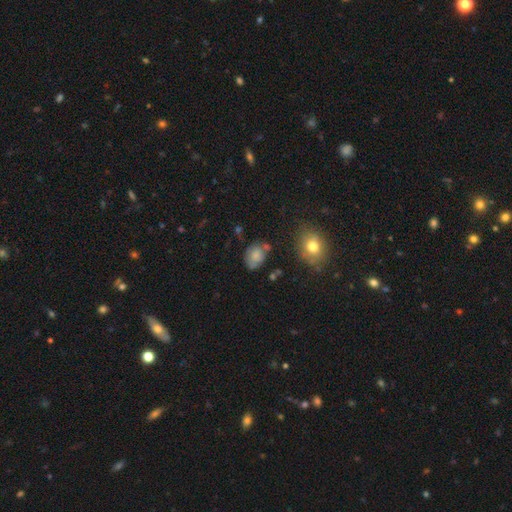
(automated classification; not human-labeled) Smooth or featured?
  - smooth: 68% *
  - featured or disk: 21%
  - star or artifact: 11%
How rounded?
  - in between: 68% *
  - round: 31%
  - cigar-shaped: 1%
Merging?
  - none: 55% *
  - minor disturbance: 27%
  - major disturbance: 10%
  - merger: 8%